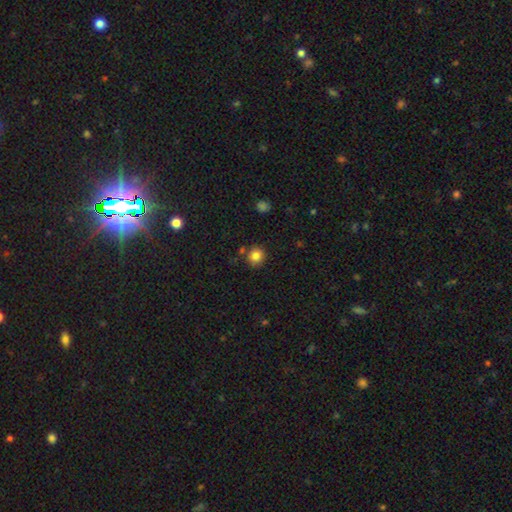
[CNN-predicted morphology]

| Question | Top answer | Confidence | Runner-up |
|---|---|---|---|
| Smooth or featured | smooth | 84% | star or artifact (11%) |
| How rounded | round | 89% | in between (11%) |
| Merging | none | 80% | minor disturbance (11%) |